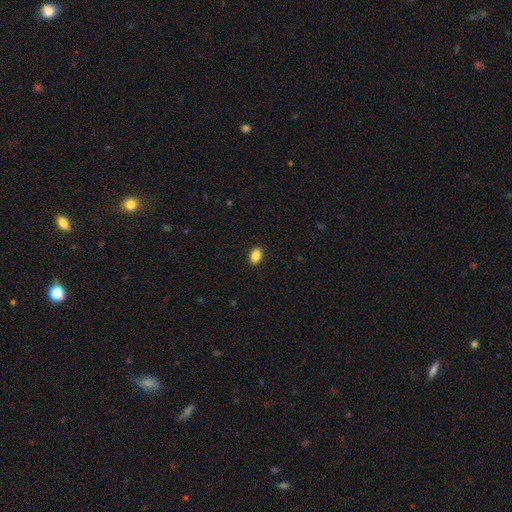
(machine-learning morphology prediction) A smooth galaxy with no disk features (88%) that is in between round and cigar-shaped (79%).

Vote fractions:
- Smooth or featured? smooth: 88% / star or artifact: 9% / featured or disk: 4%
- How rounded? in between: 79% / round: 20% / cigar-shaped: 1%
- Merging? none: 90% / minor disturbance: 7% / major disturbance: 2% / merger: 1%